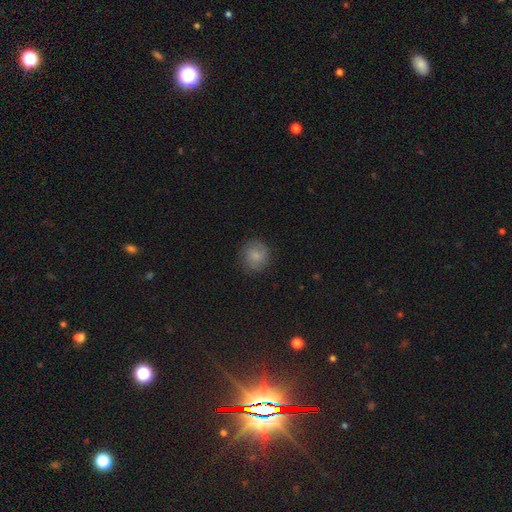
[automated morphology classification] The model was most divided on "smooth or featured": smooth: 77%, featured or disk: 14%, star or artifact: 9%. More confident: how rounded — round (89%); merging — none (83%).